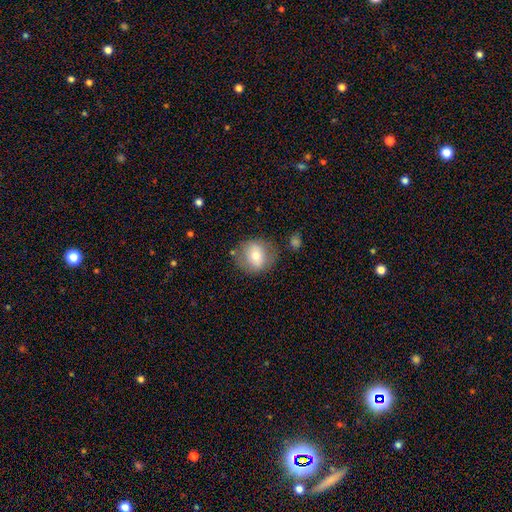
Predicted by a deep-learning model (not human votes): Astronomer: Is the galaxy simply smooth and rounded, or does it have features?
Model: smooth — 66%.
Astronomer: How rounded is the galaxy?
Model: round — 82%.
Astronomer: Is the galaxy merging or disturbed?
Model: none — 75%.